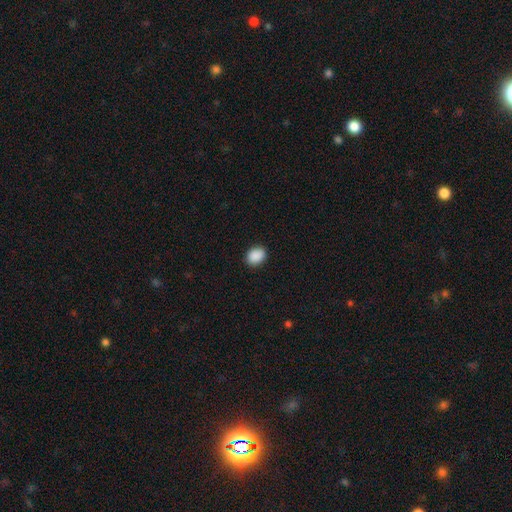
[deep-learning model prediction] This appears to be a smooth galaxy with no disk features (90%) that is in between round and cigar-shaped (57%). Merging: none (88%).